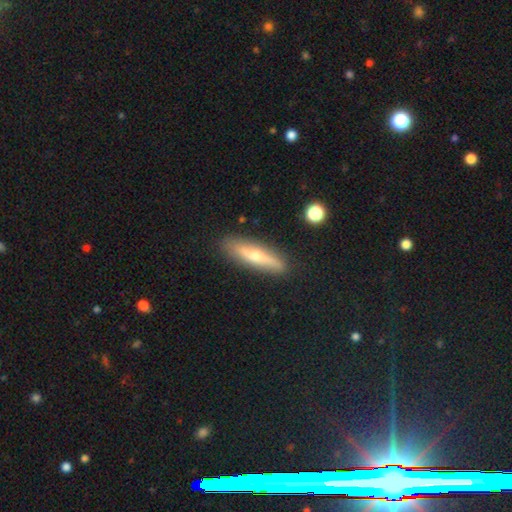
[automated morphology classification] This appears to be a featured or disk galaxy (52%) viewed edge-on (83%). Merging: none (87%).